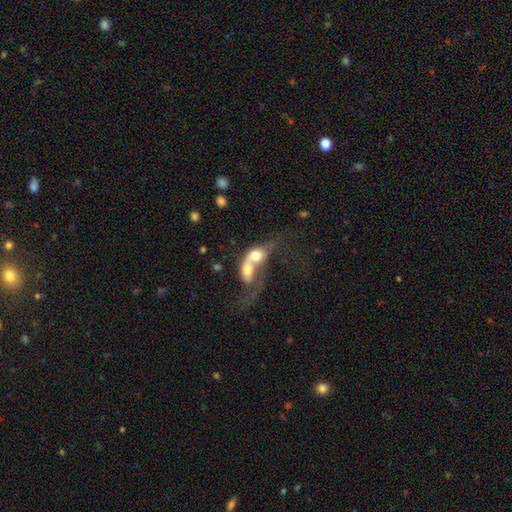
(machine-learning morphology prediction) The model was most divided on "smooth or featured": smooth: 53%, featured or disk: 38%, star or artifact: 9%. More confident: merging — merger (84%); how rounded — in between (58%).